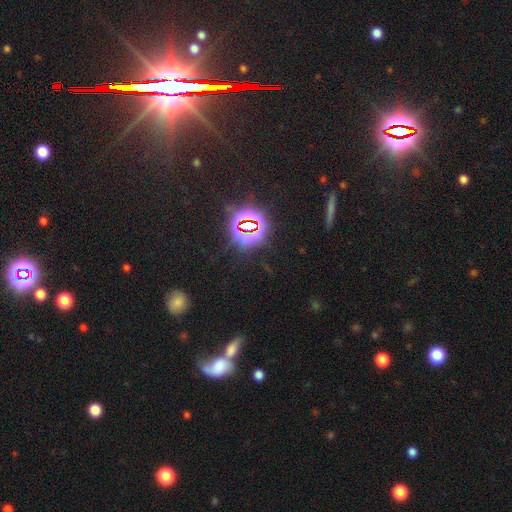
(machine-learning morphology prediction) Smooth or featured?
  - star or artifact: 72% *
  - smooth: 15%
  - featured or disk: 13%